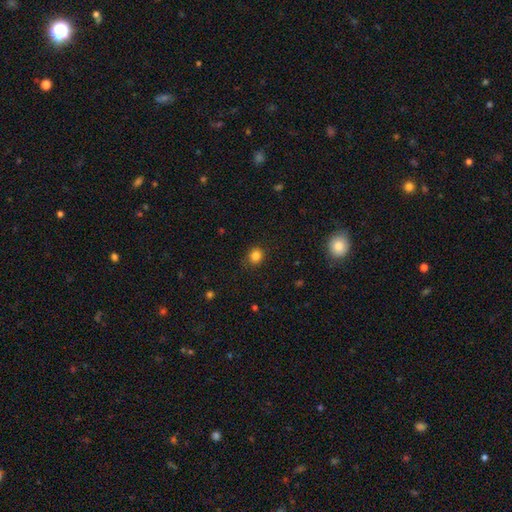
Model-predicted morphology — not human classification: A smooth galaxy with no disk features (83%) that is round (82%).

Vote fractions:
- Smooth or featured? smooth: 83% / star or artifact: 12% / featured or disk: 5%
- How rounded? round: 82% / in between: 17% / cigar-shaped: 1%
- Merging? none: 86% / minor disturbance: 10% / major disturbance: 3% / merger: 1%